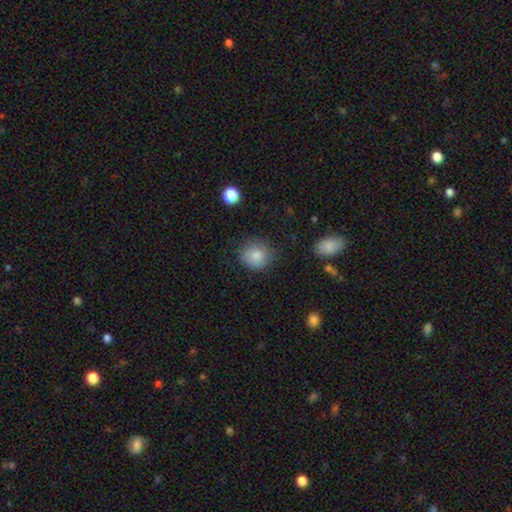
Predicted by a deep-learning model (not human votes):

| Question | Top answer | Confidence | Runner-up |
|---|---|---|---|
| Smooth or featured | smooth | 83% | star or artifact (9%) |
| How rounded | round | 86% | in between (13%) |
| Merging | none | 76% | minor disturbance (17%) |